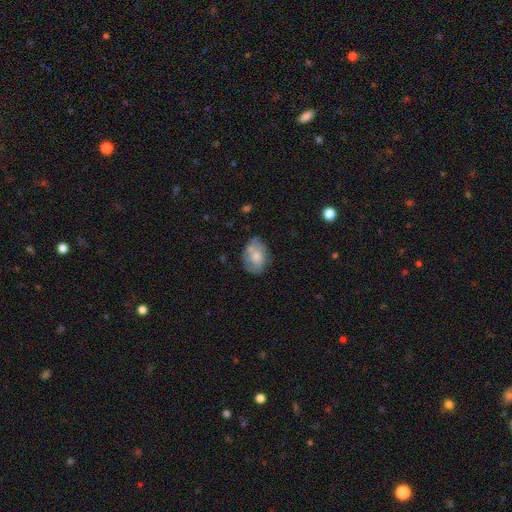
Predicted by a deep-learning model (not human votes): Smooth or featured? Predicted: smooth (p=0.56). How rounded? Predicted: in between (p=0.72). Merging? Predicted: none (p=0.58).